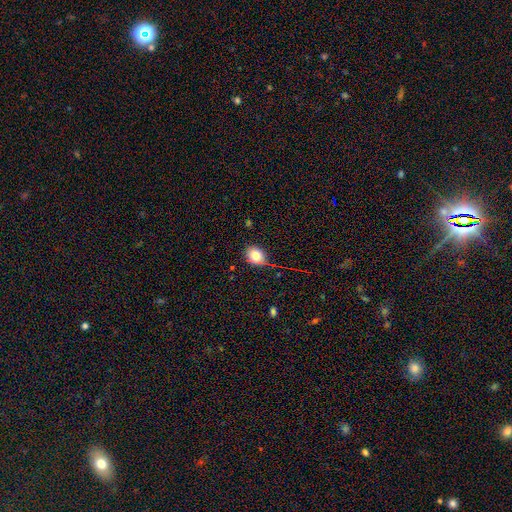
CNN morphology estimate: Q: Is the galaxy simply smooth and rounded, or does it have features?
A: smooth — 79%.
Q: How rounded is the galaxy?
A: round — 50%.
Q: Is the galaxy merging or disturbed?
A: none — 75%.